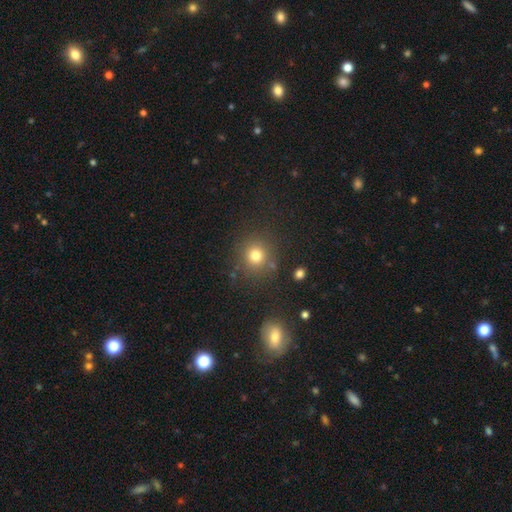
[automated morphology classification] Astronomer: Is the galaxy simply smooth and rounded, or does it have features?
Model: smooth — 77%.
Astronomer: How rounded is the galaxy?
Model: round — 89%.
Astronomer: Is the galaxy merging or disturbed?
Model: none — 82%.